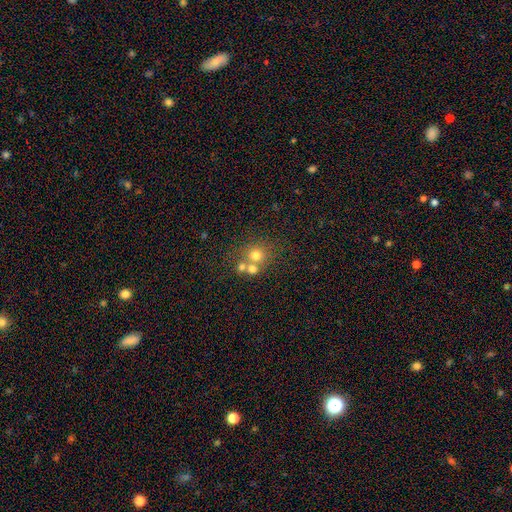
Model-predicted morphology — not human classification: Smooth or featured? smooth (67%)
How rounded? round (84%)
Merging? none (48%)